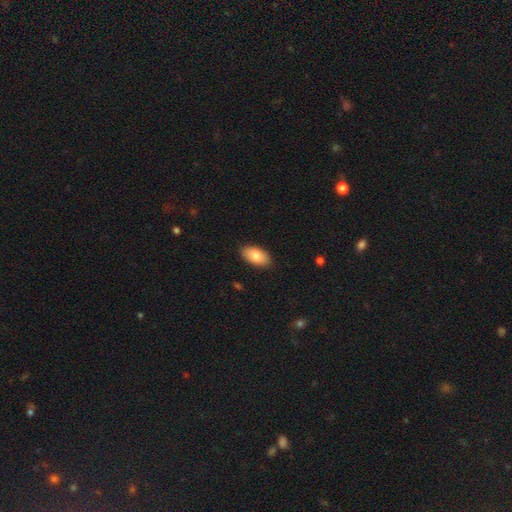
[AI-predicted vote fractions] Smooth or featured: smooth — 84% (featured or disk — 10%)
How rounded: in between — 95% (round — 3%)
Merging: none — 88% (minor disturbance — 9%)